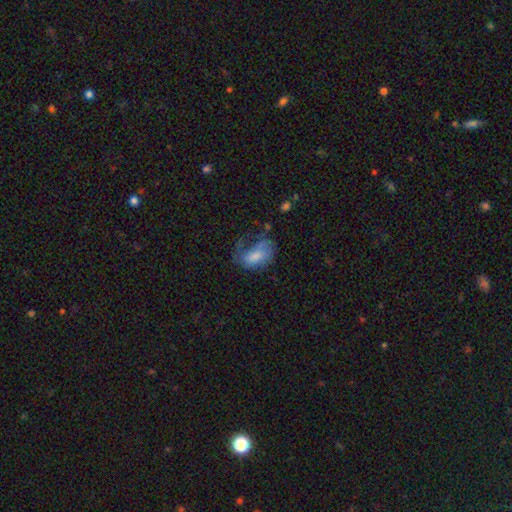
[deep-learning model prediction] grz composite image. It shows a smooth galaxy with no disk features (54%) that is in between round and cigar-shaped (89%). Merging: major disturbance (45%).